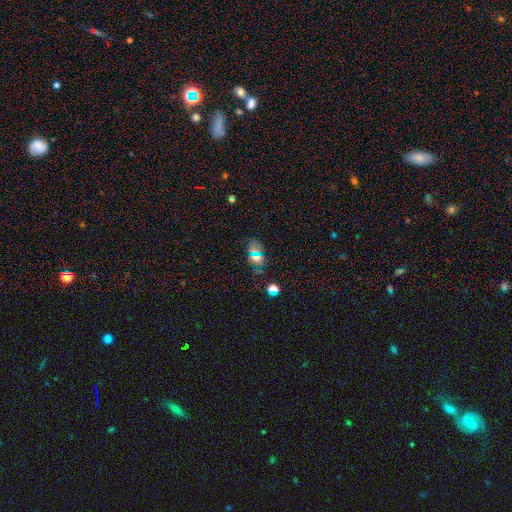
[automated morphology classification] A smooth galaxy with no disk features (51%) that is in between round and cigar-shaped (78%). Merging: none (77%).